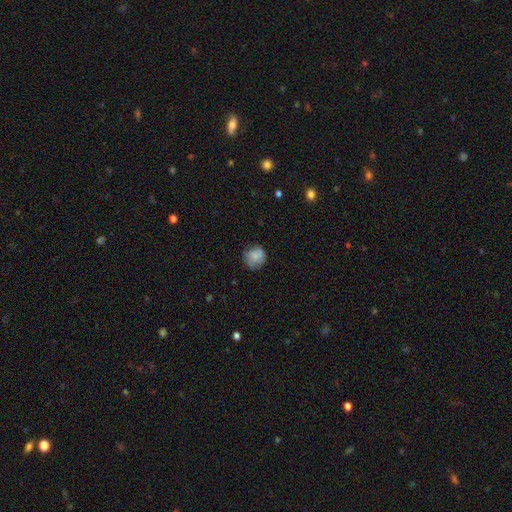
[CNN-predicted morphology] smooth 78%, featured or disk 14%, star or artifact 8%. Down the decision tree: how rounded — round (81%); merging — none (70%).